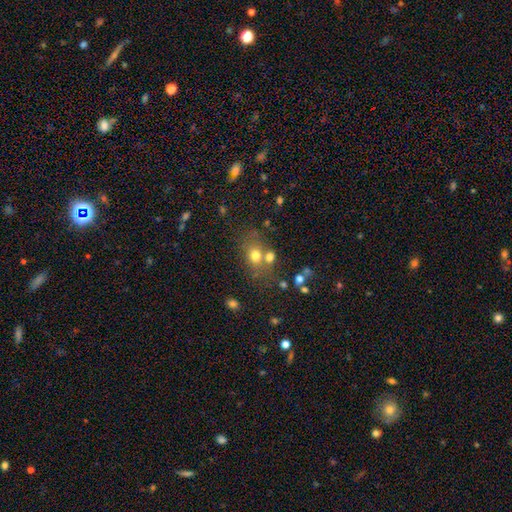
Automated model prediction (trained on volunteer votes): smooth 70%, star or artifact 16%, featured or disk 14%. Down the decision tree: how rounded — in between (51%); merging — none (54%).